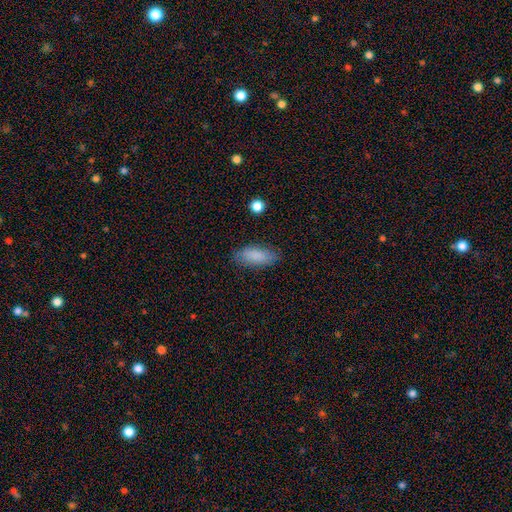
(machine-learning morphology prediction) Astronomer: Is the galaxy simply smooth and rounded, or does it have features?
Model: smooth — 86%.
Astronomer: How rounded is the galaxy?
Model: in between — 82%.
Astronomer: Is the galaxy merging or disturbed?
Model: none — 82%.